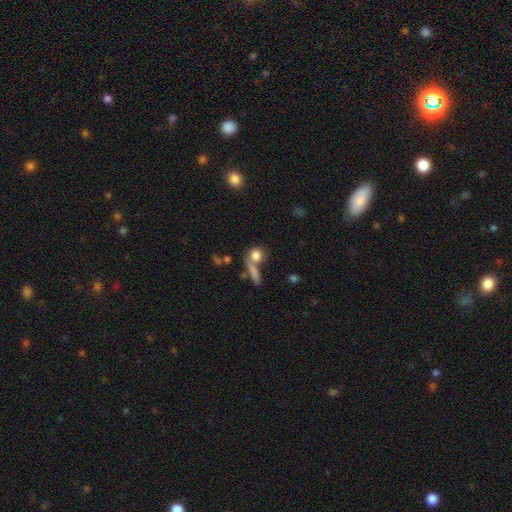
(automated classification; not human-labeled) Morphology: type=smooth (77%); roundness=round (74%); merging=none (55%).